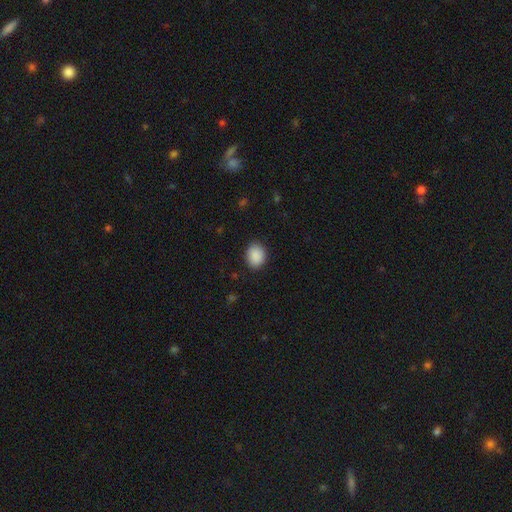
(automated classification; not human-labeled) Overall: smooth (90%). How rounded: in between (50%; round 49%). Merging: none (87%).